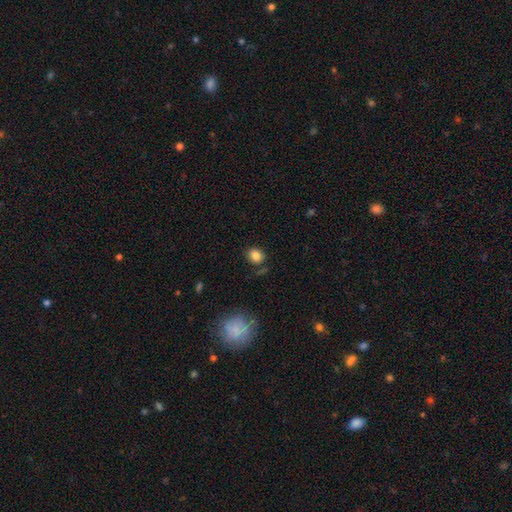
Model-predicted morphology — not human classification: A smooth galaxy with no disk features (84%) that is round (64%).

Vote fractions:
- Smooth or featured? smooth: 84% / star or artifact: 11% / featured or disk: 6%
- How rounded? round: 64% / in between: 35% / cigar-shaped: 1%
- Merging? none: 79% / minor disturbance: 13% / merger: 4% / major disturbance: 4%